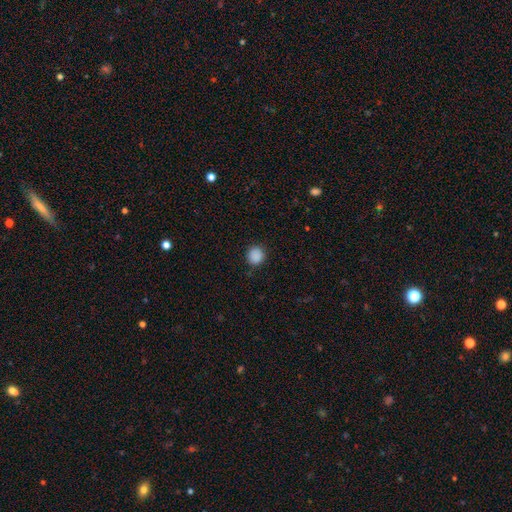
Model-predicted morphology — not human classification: Smooth or featured? Predicted: smooth (p=0.88). How rounded? Predicted: round (p=0.87). Merging? Predicted: none (p=0.87).